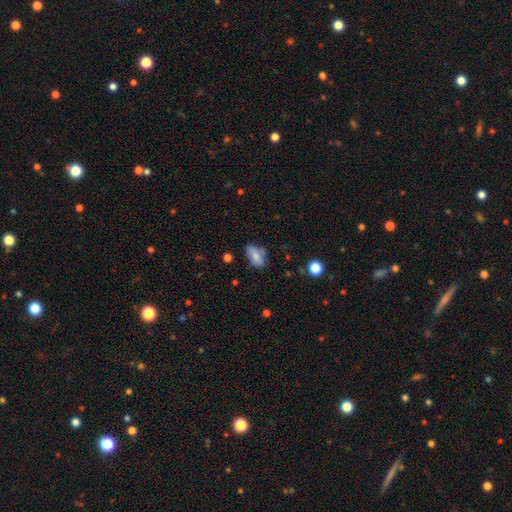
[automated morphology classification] A smooth galaxy with no disk features (79%) that is in between round and cigar-shaped (88%). Merging: none (64%).